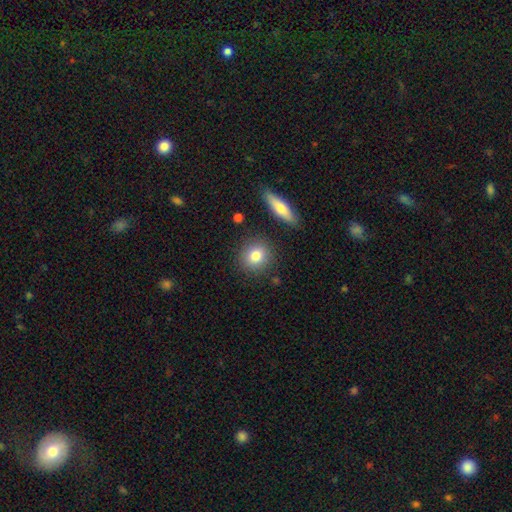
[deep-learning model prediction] A smooth galaxy with no disk features (81%) that is round (80%). Merging: none (86%).